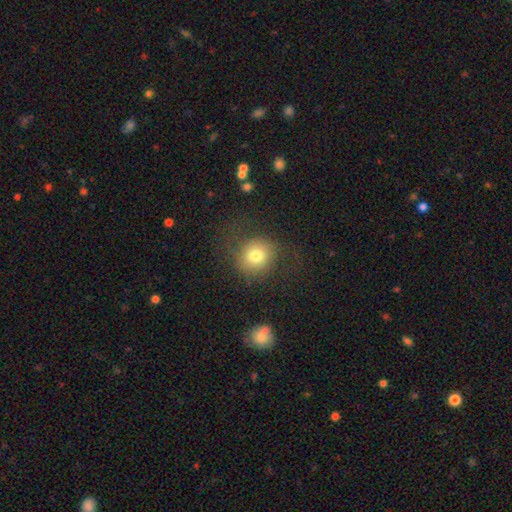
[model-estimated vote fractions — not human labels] Smooth or featured? smooth (75%)
How rounded? round (85%)
Merging? none (68%)